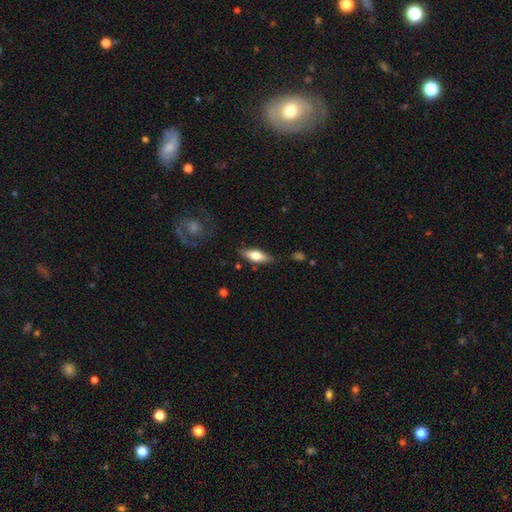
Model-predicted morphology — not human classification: Overall: smooth (59%; featured or disk 35%). How rounded: in between (61%; cigar-shaped 37%). Merging: none (80%).